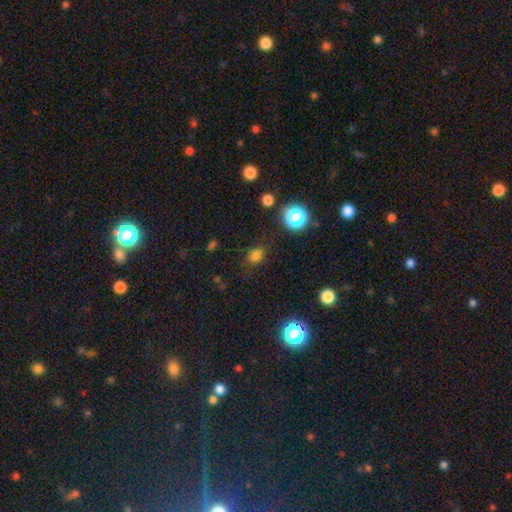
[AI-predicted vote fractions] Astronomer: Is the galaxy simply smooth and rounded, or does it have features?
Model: smooth — 74%.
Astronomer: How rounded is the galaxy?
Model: round — 59% (runner-up: in between, 39%).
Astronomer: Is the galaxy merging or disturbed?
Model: none — 77%.